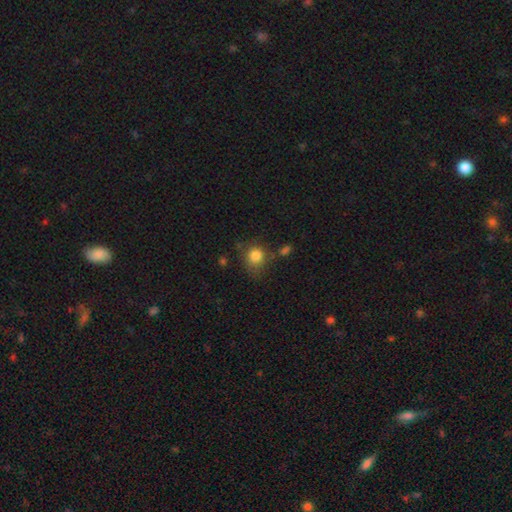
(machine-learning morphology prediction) Overall: smooth (83%). How rounded: round (77%). Merging: none (60%; minor disturbance 23%).